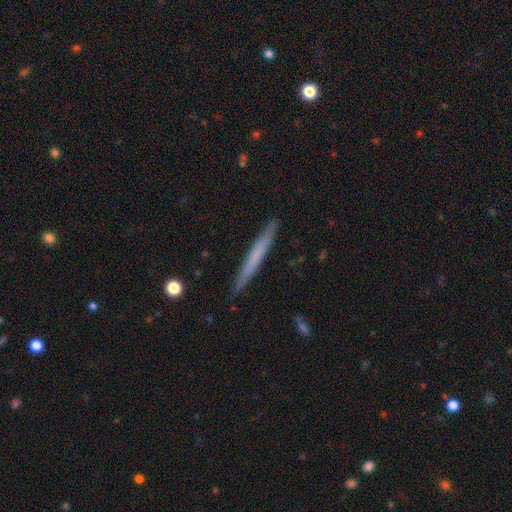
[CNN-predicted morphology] A smooth galaxy with no disk features (58%) that is cigar-shaped (97%).

Vote fractions:
- Smooth or featured? smooth: 58% / featured or disk: 36% / star or artifact: 6%
- How rounded? cigar-shaped: 97% / in between: 2% / round: 1%
- Merging? none: 90% / minor disturbance: 7% / major disturbance: 1% / merger: 1%